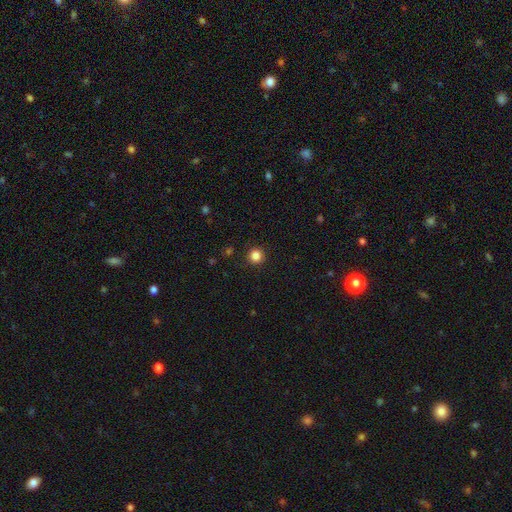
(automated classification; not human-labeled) Overall: smooth (85%). How rounded: round (95%). Merging: none (93%).